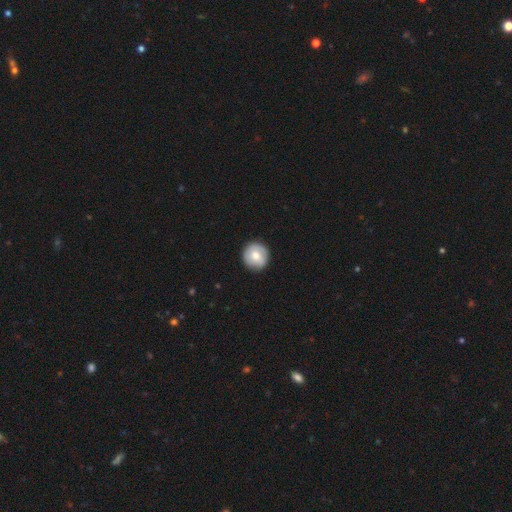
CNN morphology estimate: Q: Smooth or featured?
A: smooth (70%); runner-up: featured or disk (23%)
Q: How rounded?
A: round (95%); runner-up: in between (4%)
Q: Merging?
A: none (88%); runner-up: minor disturbance (9%)